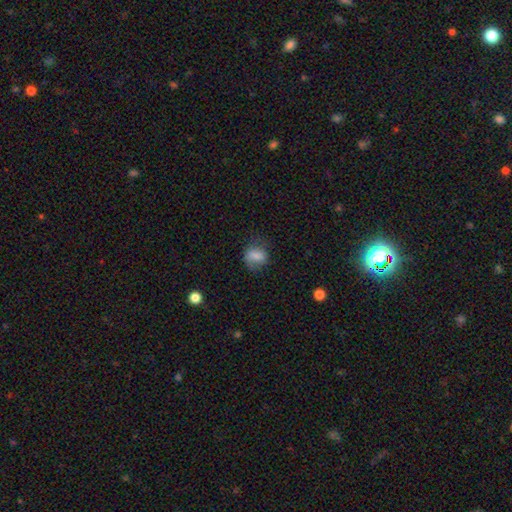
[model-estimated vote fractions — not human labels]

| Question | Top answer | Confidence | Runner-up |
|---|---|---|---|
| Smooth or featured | smooth | 71% | featured or disk (20%) |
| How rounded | in between | 51% | round (47%) |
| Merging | none | 57% | minor disturbance (26%) |